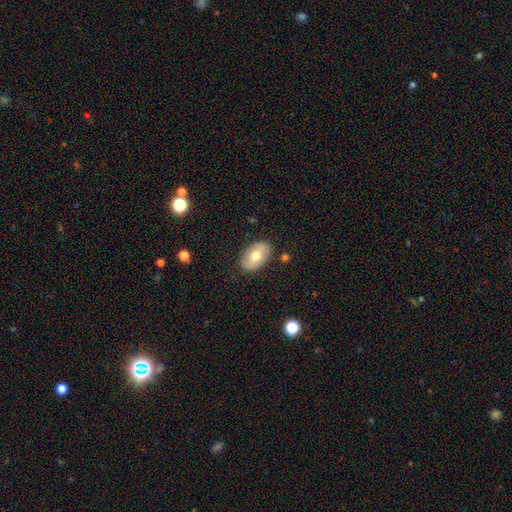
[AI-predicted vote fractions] smooth-or-featured: smooth: 61% | featured or disk: 33% | star or artifact: 6%
  how-rounded: in between: 90% | round: 9% | cigar-shaped: 1%
  merging: none: 85% | minor disturbance: 11% | major disturbance: 3% | merger: 1%